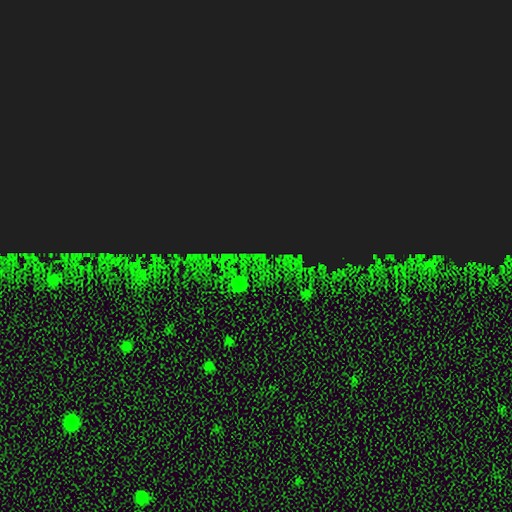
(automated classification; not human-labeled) This is clearly a star or artifact rather than a galaxy (84%).